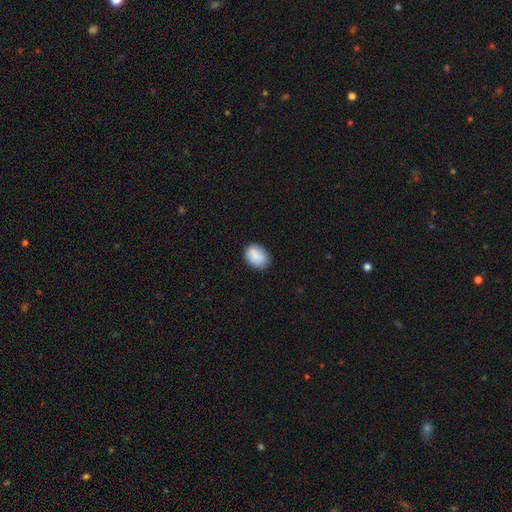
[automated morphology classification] This appears to be a smooth galaxy with no disk features (88%) that is in between round and cigar-shaped (77%). Merging: none (82%).